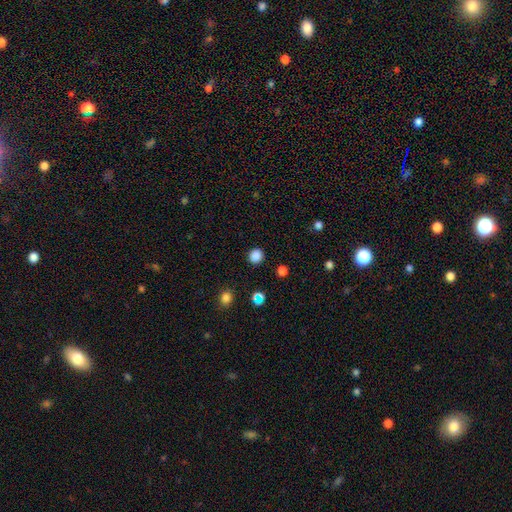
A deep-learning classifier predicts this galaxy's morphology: type=smooth (84%); roundness=round (87%); merging=none (90%).